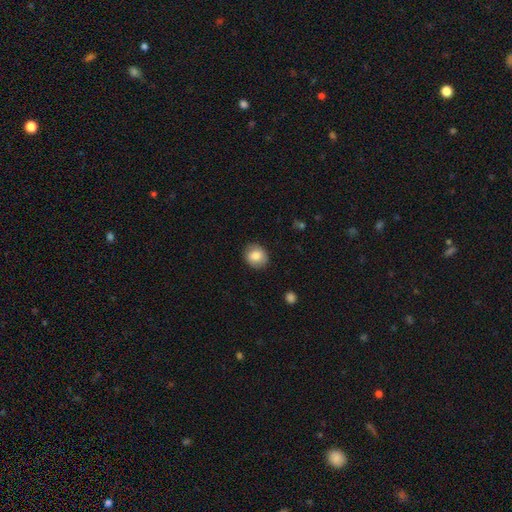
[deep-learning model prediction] Smooth or featured? smooth (81%)
How rounded? round (74%)
Merging? none (86%)